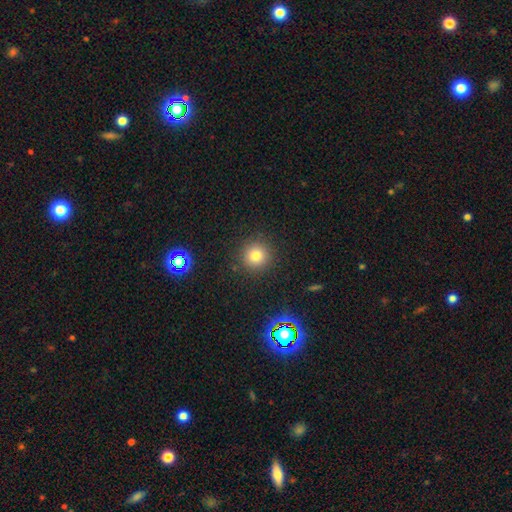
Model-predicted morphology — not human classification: A smooth galaxy with no disk features (77%) that is round (95%). Merging: none (90%).